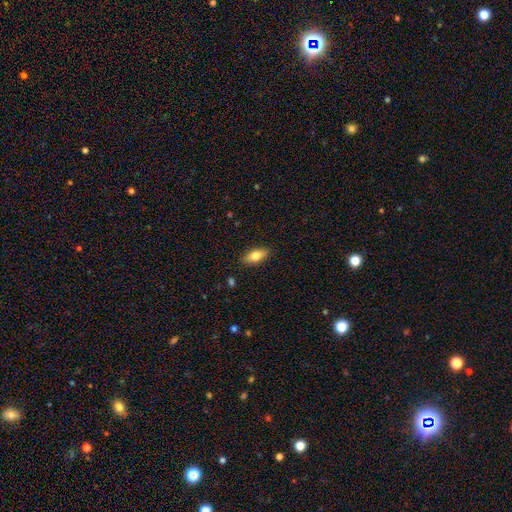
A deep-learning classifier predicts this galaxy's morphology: A smooth galaxy with no disk features (76%) that is in between round and cigar-shaped (83%).

Vote fractions:
- Smooth or featured? smooth: 76% / featured or disk: 17% / star or artifact: 7%
- How rounded? in between: 83% / cigar-shaped: 13% / round: 4%
- Merging? none: 86% / minor disturbance: 10% / major disturbance: 2% / merger: 1%